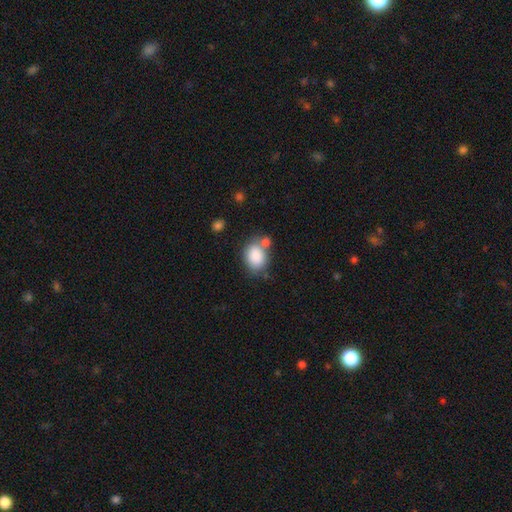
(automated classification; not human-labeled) This is clearly a smooth galaxy (86%). How rounded: likely in between (67%). Merging: possibly none (58%).